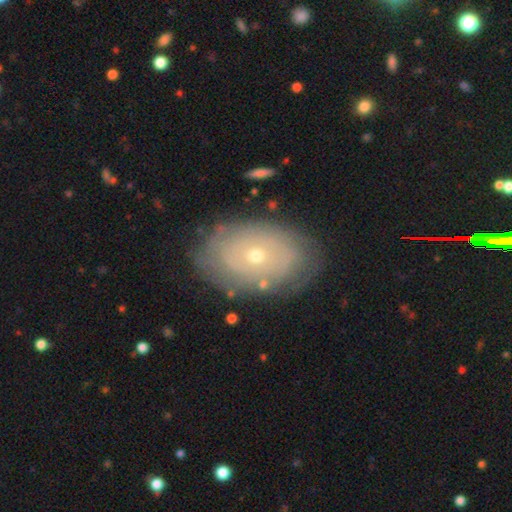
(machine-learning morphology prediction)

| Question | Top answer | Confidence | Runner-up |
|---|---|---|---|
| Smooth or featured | featured or disk | 61% | smooth (32%) |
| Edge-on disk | no | 93% | yes (7%) |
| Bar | no | 88% | weak (9%) |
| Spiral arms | yes | 54% | no (46%) |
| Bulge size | small | 68% | moderate (29%) |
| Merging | none | 80% | minor disturbance (14%) |